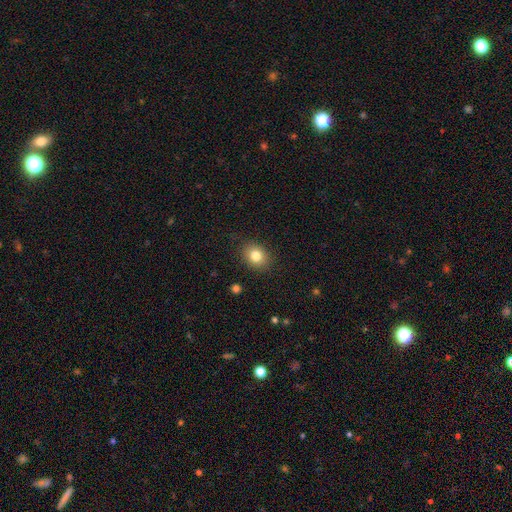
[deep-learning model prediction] A smooth galaxy with no disk features (82%) that is round (55%). Merging: none (87%).